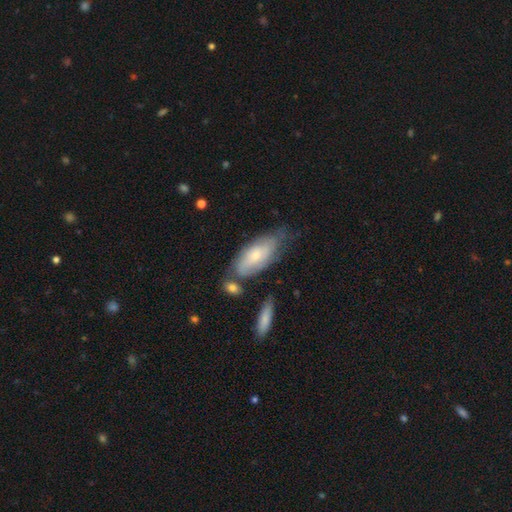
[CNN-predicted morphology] Smooth or featured? smooth (55%)
How rounded? in between (83%)
Merging? none (52%)